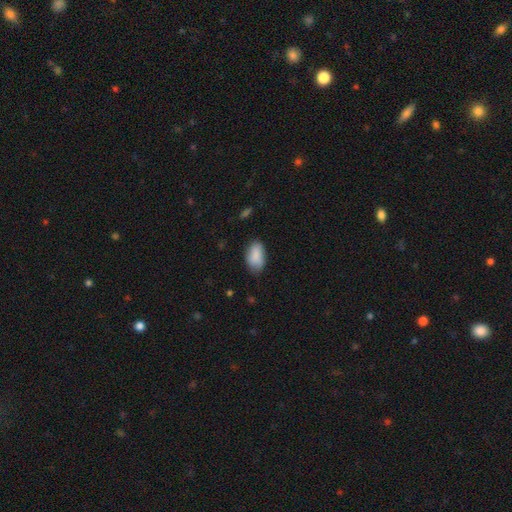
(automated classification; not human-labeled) Smooth or featured?
  - smooth: 87% *
  - featured or disk: 7%
  - star or artifact: 7%
How rounded?
  - in between: 93% *
  - round: 5%
  - cigar-shaped: 2%
Merging?
  - none: 69% *
  - minor disturbance: 25%
  - major disturbance: 5%
  - merger: 1%